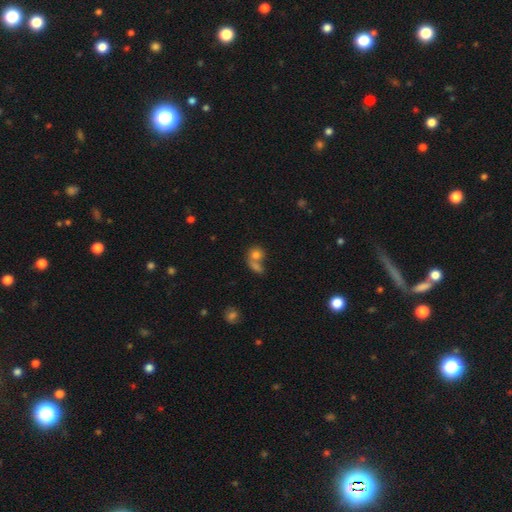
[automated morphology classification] This appears to be a smooth galaxy with no disk features (72%) that is round (71%). Merging: merger (49%).